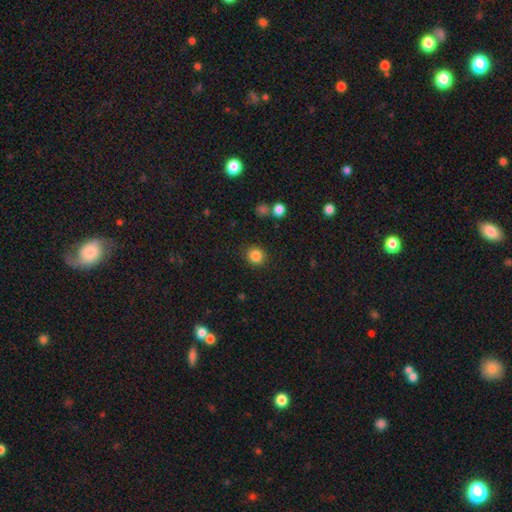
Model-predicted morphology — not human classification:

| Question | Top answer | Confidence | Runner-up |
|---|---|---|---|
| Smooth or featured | smooth | 85% | star or artifact (11%) |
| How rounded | round | 88% | in between (11%) |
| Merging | none | 89% | minor disturbance (7%) |